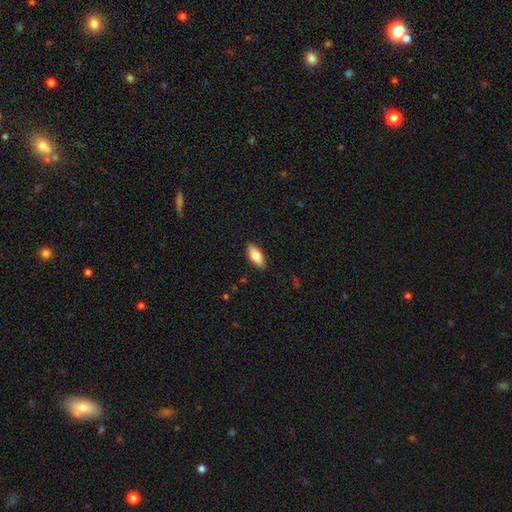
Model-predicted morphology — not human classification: smooth 74%, featured or disk 20%, star or artifact 6%. Down the decision tree: how rounded — in between (82%); merging — none (89%).